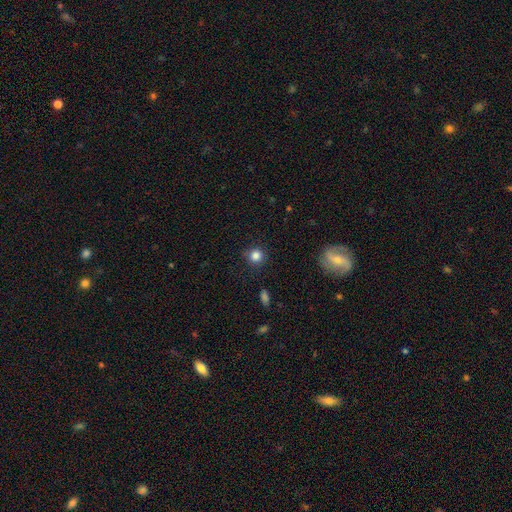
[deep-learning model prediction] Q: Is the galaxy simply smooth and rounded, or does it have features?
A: smooth — 84%.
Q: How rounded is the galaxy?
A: round — 92%.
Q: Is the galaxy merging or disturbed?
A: none — 87%.